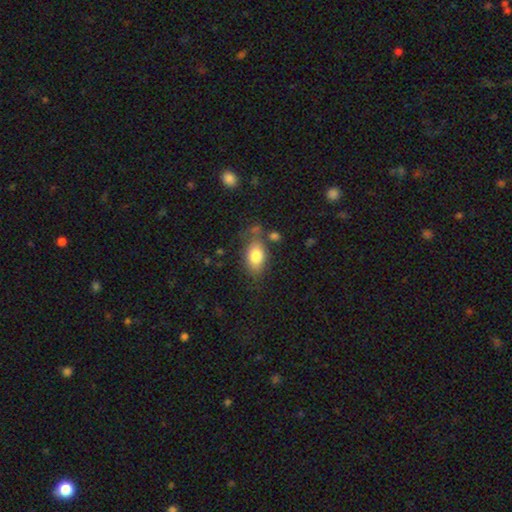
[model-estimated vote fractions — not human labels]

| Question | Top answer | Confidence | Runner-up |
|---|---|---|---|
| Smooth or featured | smooth | 79% | featured or disk (13%) |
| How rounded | in between | 85% | round (12%) |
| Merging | none | 66% | minor disturbance (21%) |